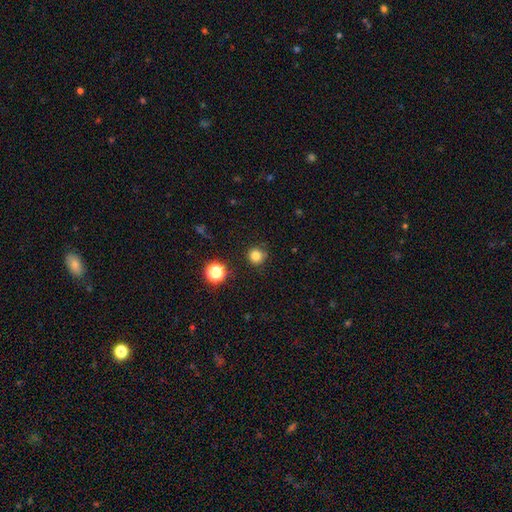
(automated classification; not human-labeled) Smooth or featured? smooth (81%)
How rounded? round (94%)
Merging? none (87%)